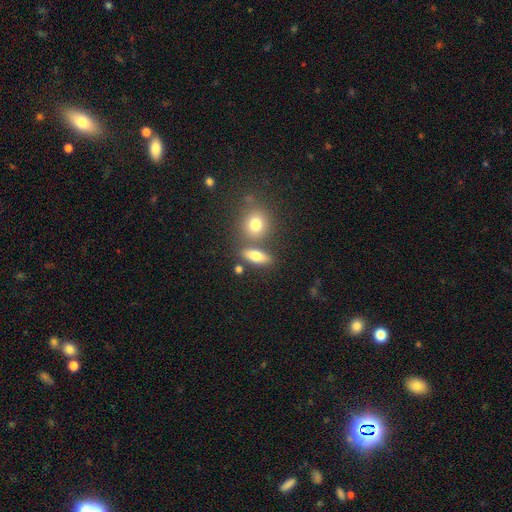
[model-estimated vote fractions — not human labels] A smooth galaxy with no disk features (75%) that is in between round and cigar-shaped (63%). Merging: none (67%).